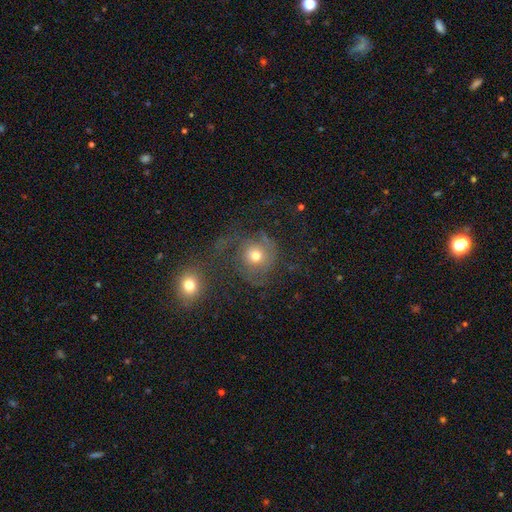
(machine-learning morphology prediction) A smooth galaxy with no disk features (50%).

Vote fractions:
- Smooth or featured? smooth: 50% / featured or disk: 36% / star or artifact: 14%
- Merging? none: 42% / major disturbance: 28% / minor disturbance: 17% / merger: 13%